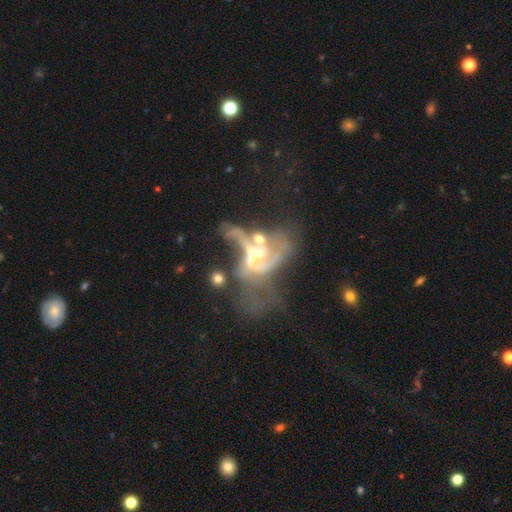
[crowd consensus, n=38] featured or disk 82%, star or artifact 11%, smooth 8%. Down the decision tree: edge-on disk — no (97%); bar — no (47%); spiral arms — yes (67%); spiral arm count — can't tell (50%); spiral winding — loose (50%); bulge size — moderate (50%); merging — merger (71%).